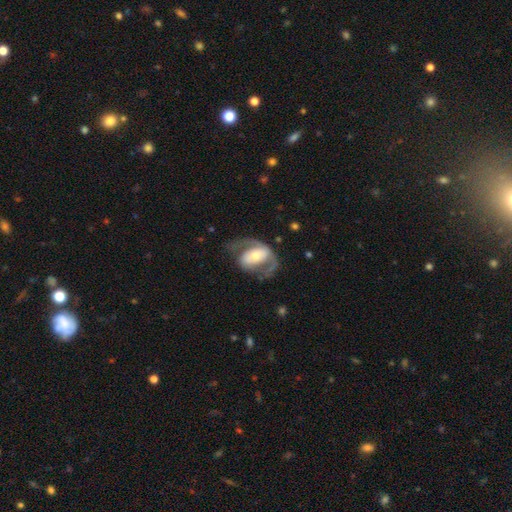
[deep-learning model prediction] The model was most divided on "bulge size": moderate: 44%, small: 38%, large: 13%, dominant: 3%, none: 2%. Remaining: edge-on disk — no (95%); spiral arms — yes (70%); smooth or featured — featured or disk (69%); bar — no (50%); merging — none (44%).